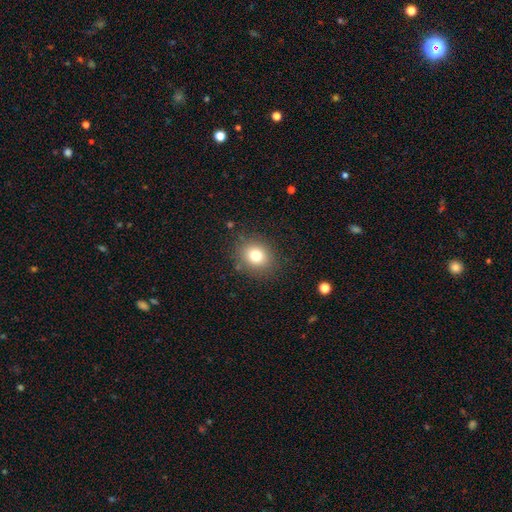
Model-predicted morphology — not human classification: Q: Smooth or featured?
A: smooth (78%); runner-up: star or artifact (13%)
Q: How rounded?
A: round (74%); runner-up: in between (25%)
Q: Merging?
A: none (85%); runner-up: minor disturbance (9%)